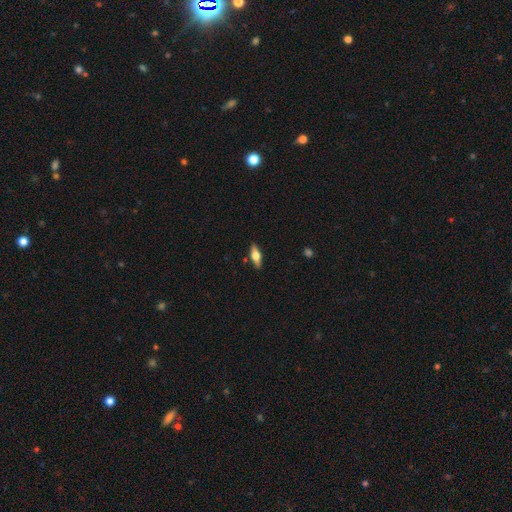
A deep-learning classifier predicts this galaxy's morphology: Smooth or featured: smooth — 49% (featured or disk — 44%)
Merging: none — 88% (minor disturbance — 8%)